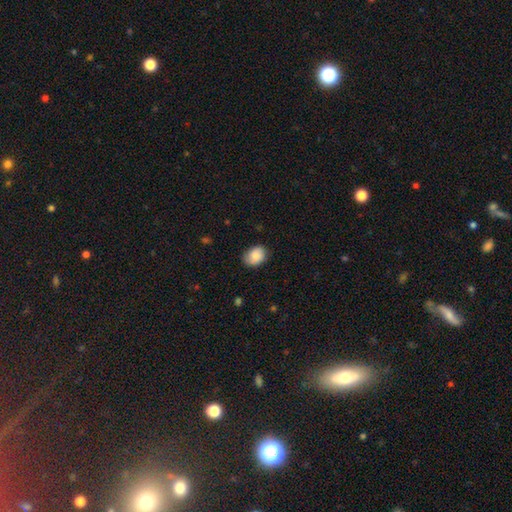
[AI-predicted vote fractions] Smooth or featured: smooth — 80% (featured or disk — 13%)
How rounded: in between — 64% (round — 35%)
Merging: none — 75% (minor disturbance — 19%)